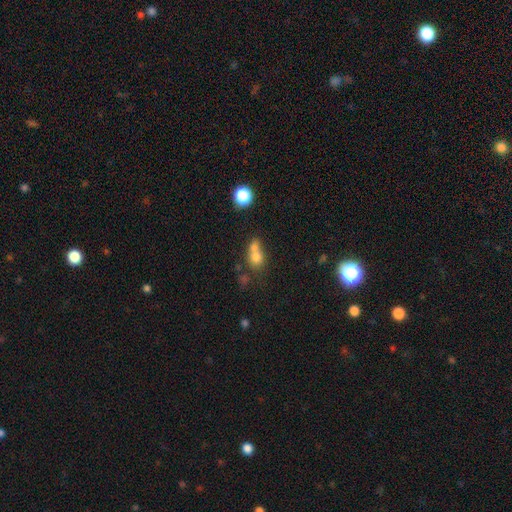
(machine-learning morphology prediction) type=smooth (69%); roundness=round (66%); merging=merger (52%).